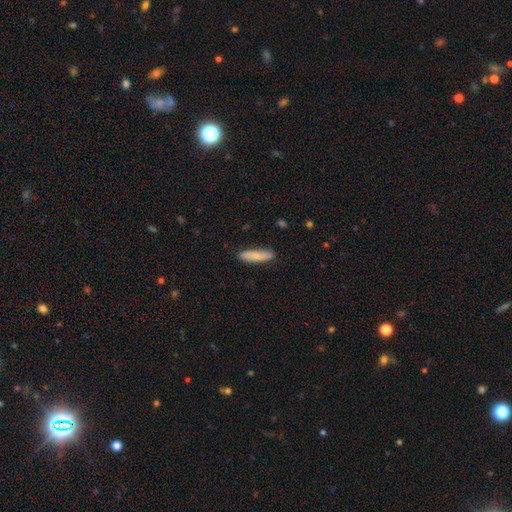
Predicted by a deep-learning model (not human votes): smooth_or_featured: smooth (p=0.76) [alt: featured or disk p=0.18]
how_rounded: cigar-shaped (p=0.65) [alt: in between p=0.33]
merging: none (p=0.86) [alt: minor disturbance p=0.11]